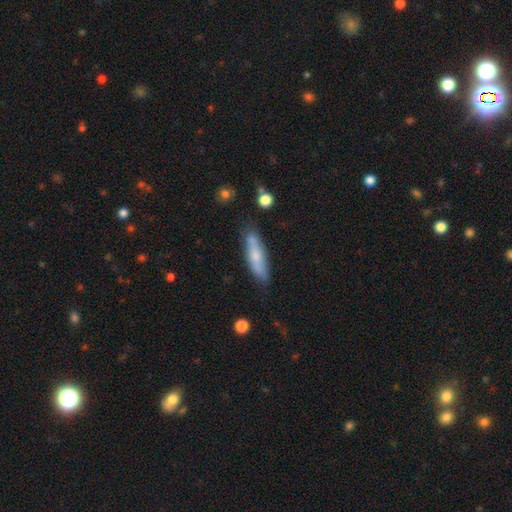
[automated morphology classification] Smooth or featured? smooth (62%)
How rounded? cigar-shaped (75%)
Merging? none (77%)